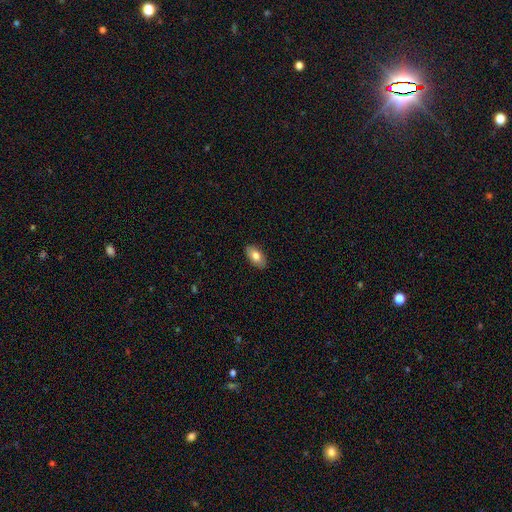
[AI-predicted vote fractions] smooth 79%, featured or disk 14%, star or artifact 7%. Down the decision tree: how rounded — in between (93%); merging — none (88%).